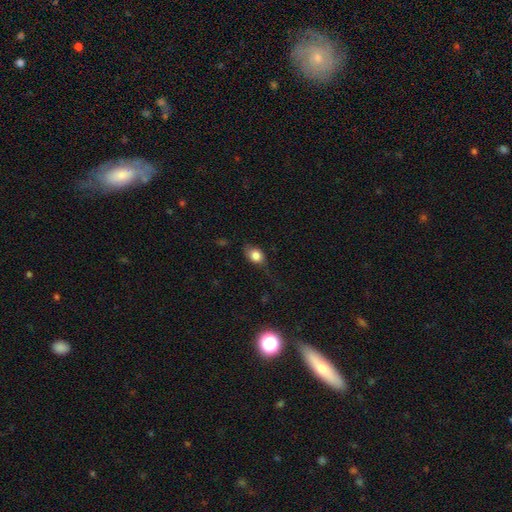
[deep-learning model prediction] A smooth galaxy with no disk features (77%) that is in between round and cigar-shaped (60%).

Vote fractions:
- Smooth or featured? smooth: 77% / featured or disk: 13% / star or artifact: 10%
- How rounded? in between: 60% / round: 37% / cigar-shaped: 3%
- Merging? none: 55% / minor disturbance: 28% / major disturbance: 15% / merger: 2%